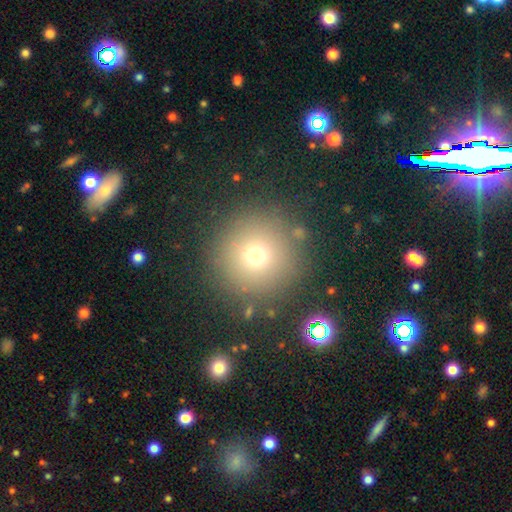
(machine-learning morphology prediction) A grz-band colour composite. It shows a smooth galaxy with no disk features (71%) that is round (96%). Merging: none (85%).